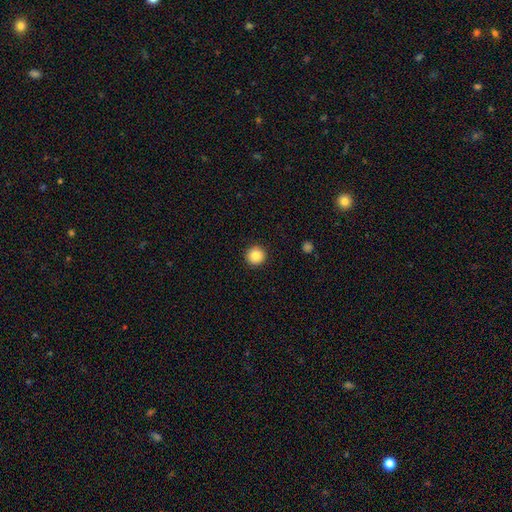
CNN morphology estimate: type=smooth (87%); roundness=round (95%); merging=none (93%).